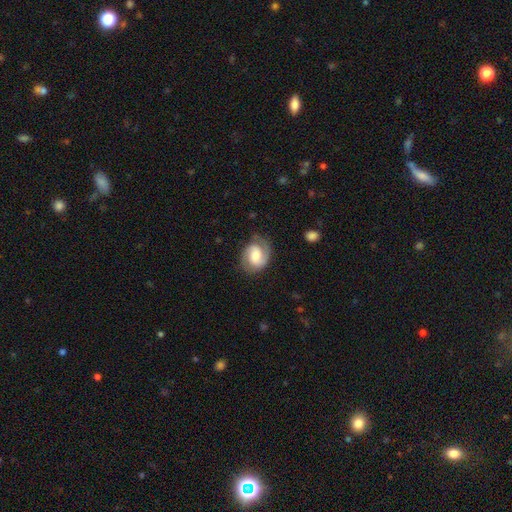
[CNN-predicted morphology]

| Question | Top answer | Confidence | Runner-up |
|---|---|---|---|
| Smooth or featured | featured or disk | 68% | smooth (26%) |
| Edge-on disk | no | 98% | yes (2%) |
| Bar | weak | 46% | no (41%) |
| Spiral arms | yes | 93% | no (7%) |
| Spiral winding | medium | 43% | tight (41%) |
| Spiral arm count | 2 | 67% | 1 (23%) |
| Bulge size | moderate | 44% | large (24%) |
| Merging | none | 69% | minor disturbance (20%) |